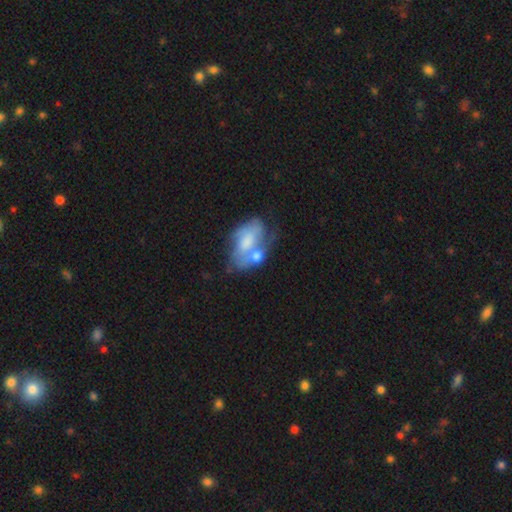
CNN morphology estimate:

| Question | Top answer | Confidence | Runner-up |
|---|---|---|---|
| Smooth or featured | featured or disk | 49% | smooth (43%) |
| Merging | merger | 39% | none (27%) |